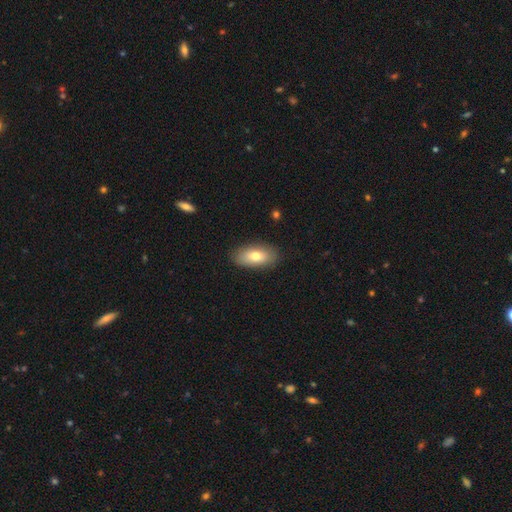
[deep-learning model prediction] smooth 75%, featured or disk 18%, star or artifact 7%. Down the decision tree: how rounded — in between (89%); merging — none (86%).